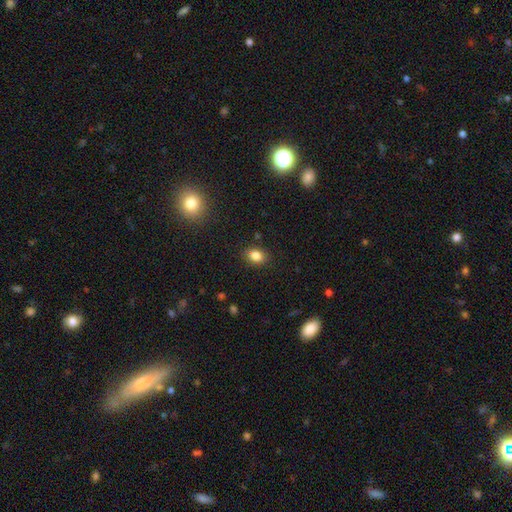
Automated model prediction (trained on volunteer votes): smooth_or_featured: smooth (p=0.82) [alt: star or artifact p=0.12]
how_rounded: in between (p=0.59) [alt: round p=0.40]
merging: none (p=0.86) [alt: minor disturbance p=0.10]